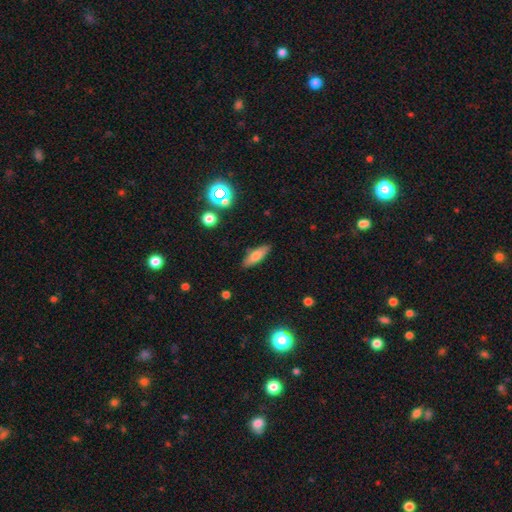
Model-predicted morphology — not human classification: Smooth or featured?
  - smooth: 70% *
  - featured or disk: 21%
  - star or artifact: 9%
How rounded?
  - in between: 50% *
  - cigar-shaped: 47%
  - round: 3%
Merging?
  - none: 87% *
  - minor disturbance: 9%
  - major disturbance: 2%
  - merger: 2%